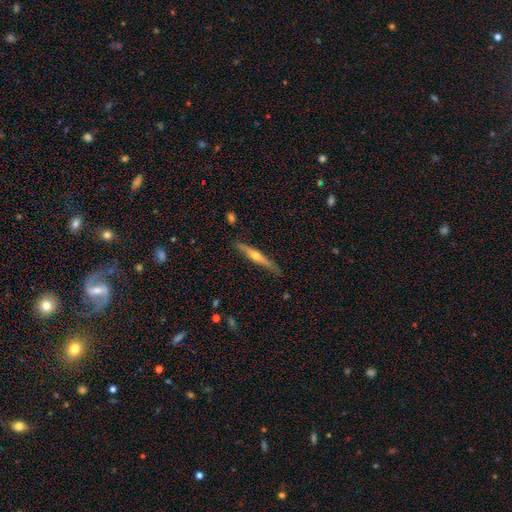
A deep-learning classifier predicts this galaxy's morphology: The model was most divided on "smooth or featured": featured or disk: 64%, smooth: 31%, star or artifact: 6%. More confident: edge-on disk — yes (96%); edge-on bulge — rounded (89%); merging — none (83%).